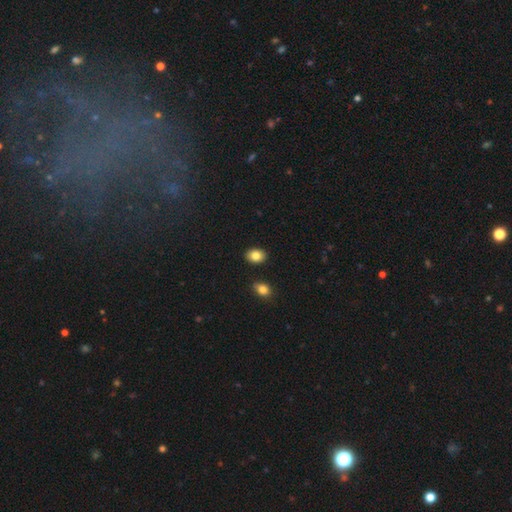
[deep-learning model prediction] smooth 85%, star or artifact 8%, featured or disk 7%. Down the decision tree: how rounded — in between (70%); merging — none (88%).